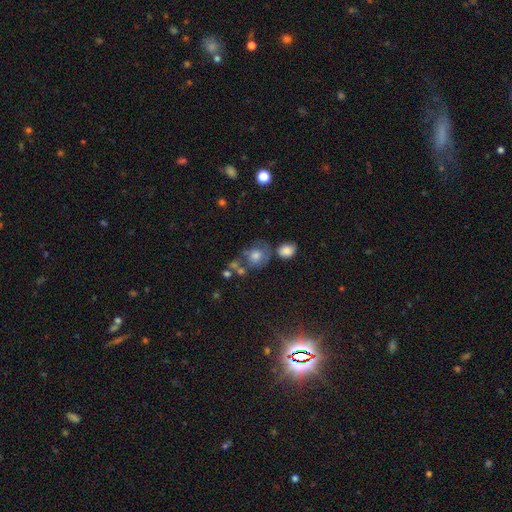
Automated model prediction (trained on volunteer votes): smooth-or-featured: smooth: 53% | featured or disk: 28% | star or artifact: 19%
  how-rounded: round: 72% | in between: 27% | cigar-shaped: 1%
  merging: none: 45% | merger: 23% | minor disturbance: 19% | major disturbance: 13%